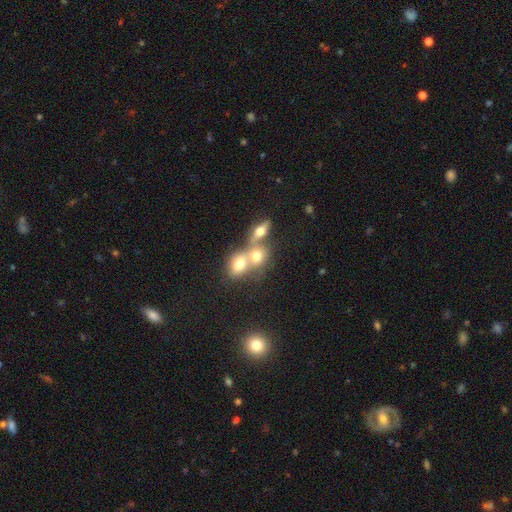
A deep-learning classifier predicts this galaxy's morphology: Smooth or featured?
  - smooth: 65% *
  - featured or disk: 23%
  - star or artifact: 12%
How rounded?
  - round: 49% *
  - in between: 48%
  - cigar-shaped: 3%
Merging?
  - merger: 63% *
  - none: 26%
  - minor disturbance: 7%
  - major disturbance: 4%